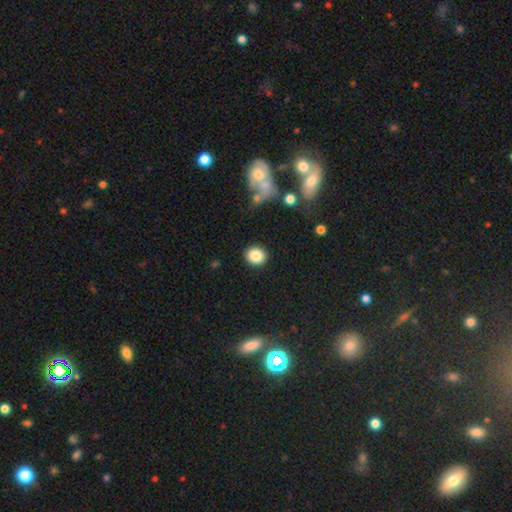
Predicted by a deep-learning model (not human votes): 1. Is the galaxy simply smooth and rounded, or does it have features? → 86% smooth, 9% star or artifact, 5% featured or disk.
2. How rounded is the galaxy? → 80% round, 19% in between, 1% cigar-shaped.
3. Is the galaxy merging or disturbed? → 89% none, 7% minor disturbance, 2% major disturbance, 2% merger.